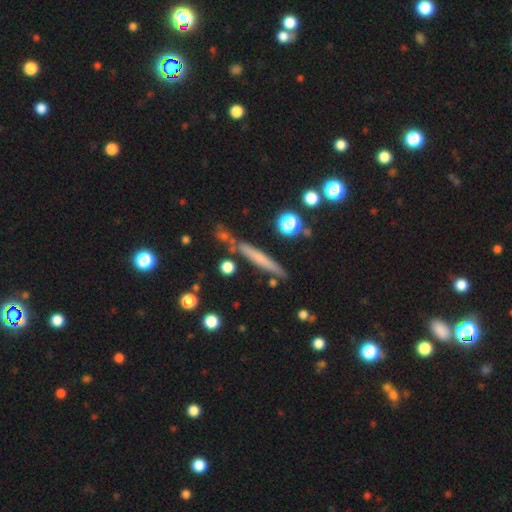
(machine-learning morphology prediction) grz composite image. It shows a smooth galaxy with no disk features (53%) that is cigar-shaped (93%). Merging: none (79%).